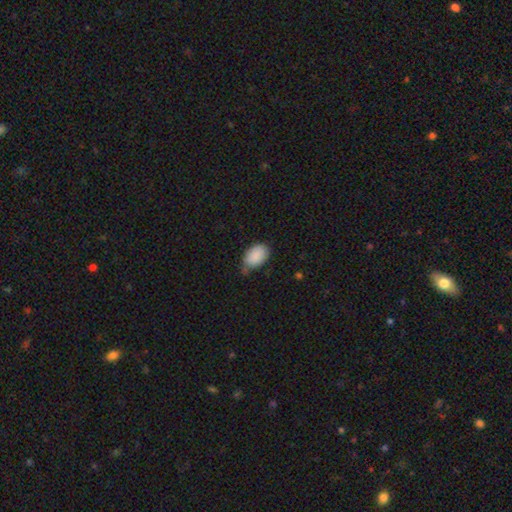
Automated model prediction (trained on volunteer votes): smooth_or_featured: smooth (p=0.88) [alt: star or artifact p=0.07]
how_rounded: in between (p=0.91) [alt: round p=0.08]
merging: none (p=0.56) [alt: minor disturbance p=0.35]